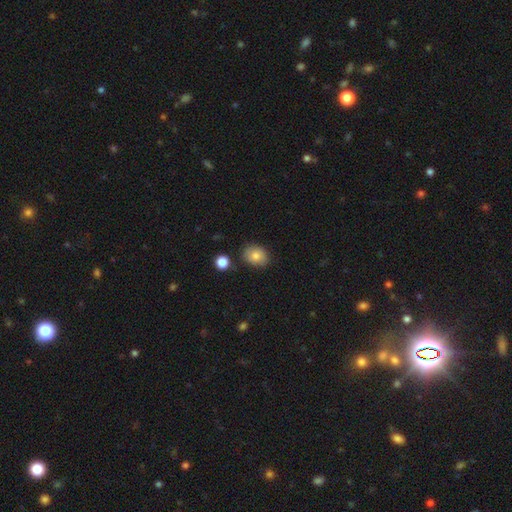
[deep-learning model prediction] This appears to be a smooth galaxy with no disk features (81%) that is in between round and cigar-shaped (52%). Merging: none (82%).